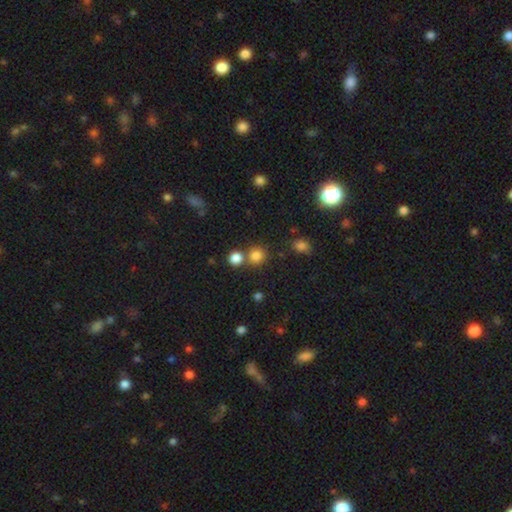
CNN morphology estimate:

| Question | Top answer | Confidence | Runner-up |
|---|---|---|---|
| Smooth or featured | smooth | 80% | star or artifact (15%) |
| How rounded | round | 88% | in between (11%) |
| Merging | none | 65% | merger (24%) |